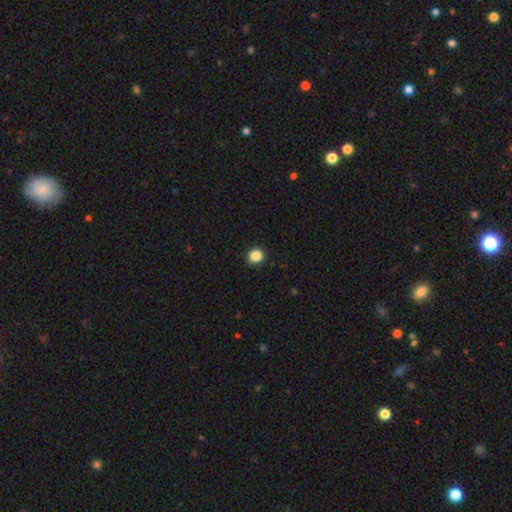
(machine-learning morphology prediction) The model was most divided on "smooth or featured": smooth: 87%, star or artifact: 11%, featured or disk: 3%. More confident: merging — none (92%); how rounded — round (89%).